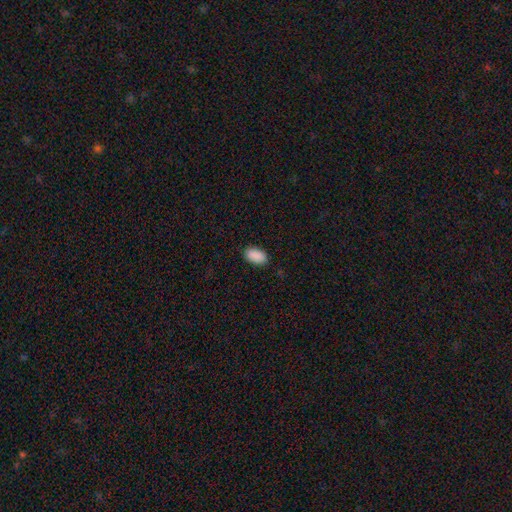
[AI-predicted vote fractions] Smooth or featured? smooth (91%)
How rounded? in between (94%)
Merging? none (89%)